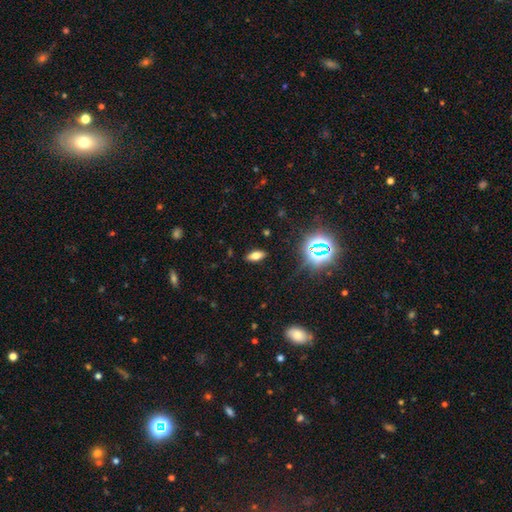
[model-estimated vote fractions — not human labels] Smooth or featured?
  - smooth: 65% *
  - star or artifact: 19%
  - featured or disk: 16%
How rounded?
  - in between: 83% *
  - cigar-shaped: 13%
  - round: 4%
Merging?
  - none: 88% *
  - minor disturbance: 8%
  - major disturbance: 2%
  - merger: 1%